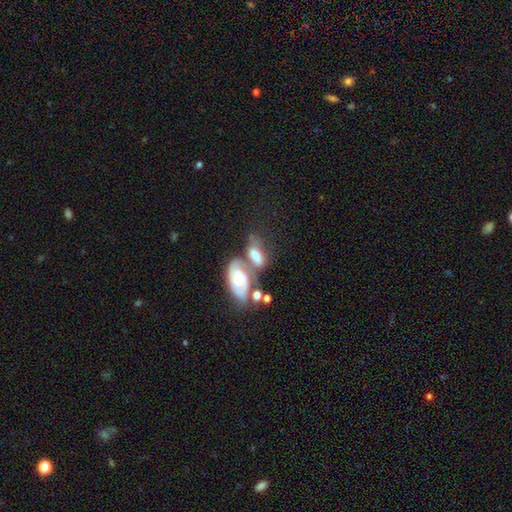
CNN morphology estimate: Q: Smooth or featured?
A: smooth (46%); runner-up: featured or disk (45%)
Q: Merging?
A: merger (54%); runner-up: none (24%)